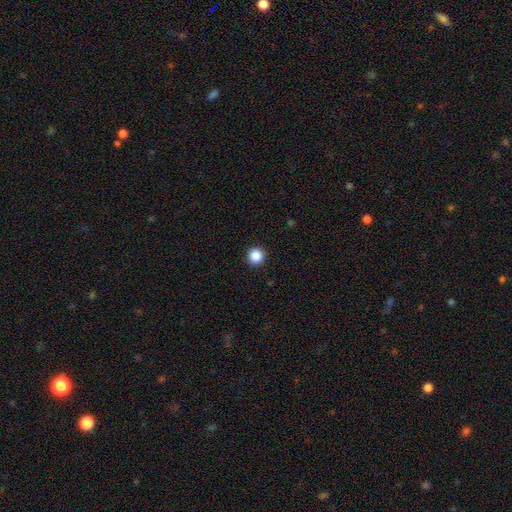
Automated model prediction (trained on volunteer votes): Smooth or featured: smooth — 87% (star or artifact — 10%)
How rounded: round — 96% (in between — 3%)
Merging: none — 94% (minor disturbance — 4%)